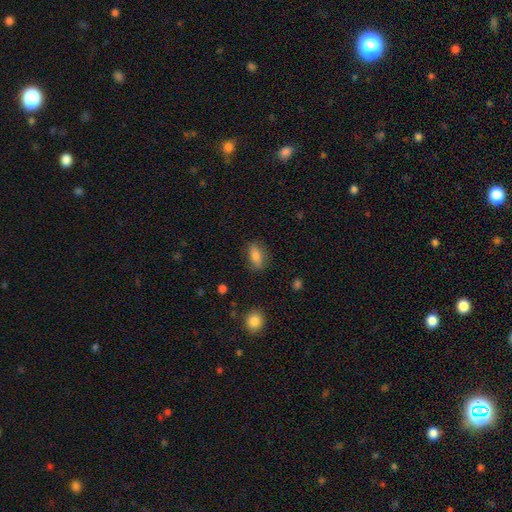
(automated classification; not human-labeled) Smooth or featured? Predicted: smooth (p=0.75). How rounded? Predicted: in between (p=0.76). Merging? Predicted: none (p=0.82).